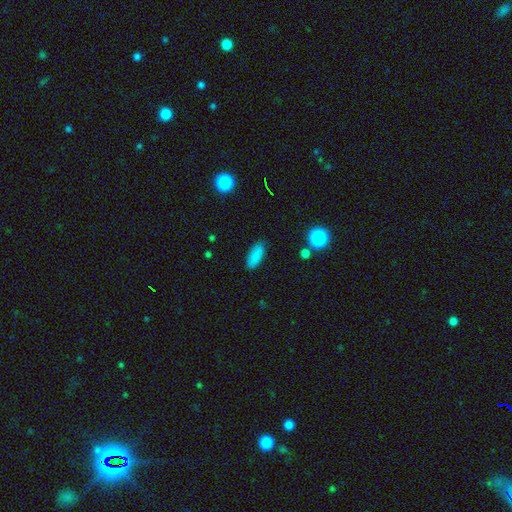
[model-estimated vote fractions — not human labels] The model was most divided on "how rounded": in between: 75%, cigar-shaped: 22%, round: 3%. More confident: smooth or featured — smooth (86%); merging — none (86%).